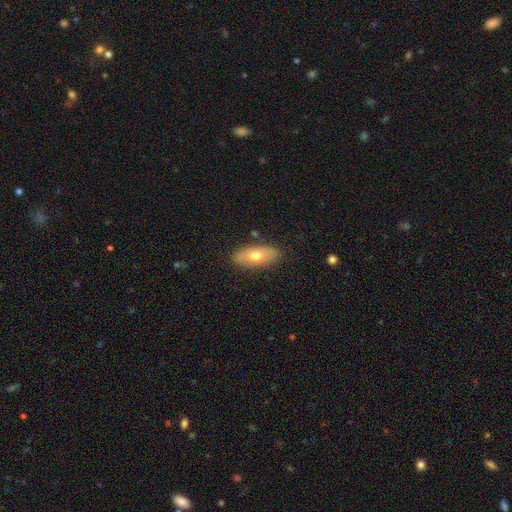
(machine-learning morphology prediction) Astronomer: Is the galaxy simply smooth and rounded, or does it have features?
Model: smooth — 63%.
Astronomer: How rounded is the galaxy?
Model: in between — 85%.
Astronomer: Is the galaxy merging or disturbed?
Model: none — 84%.